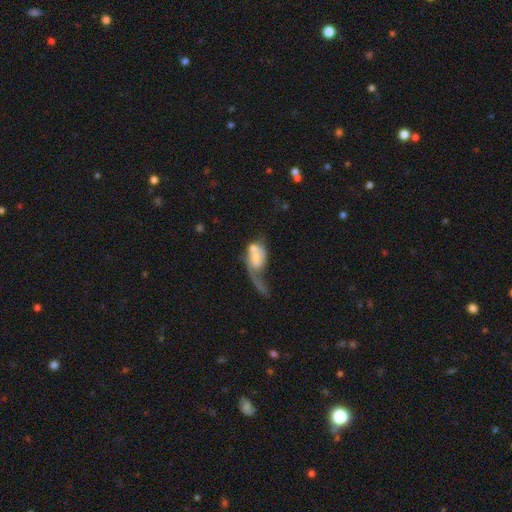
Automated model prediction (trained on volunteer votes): smooth-or-featured: featured or disk: 55% | smooth: 38% | star or artifact: 7%
  disk-edge-on: no: 95% | yes: 5%
    bar: no: 63% | weak: 28% | strong: 9%
    has-spiral-arms: yes: 60% | no: 40%
    bulge-size: small: 42% | moderate: 33% | none: 14% | large: 8% | dominant: 3%
  merging: major disturbance: 42% | merger: 34% | none: 13% | minor disturbance: 11%